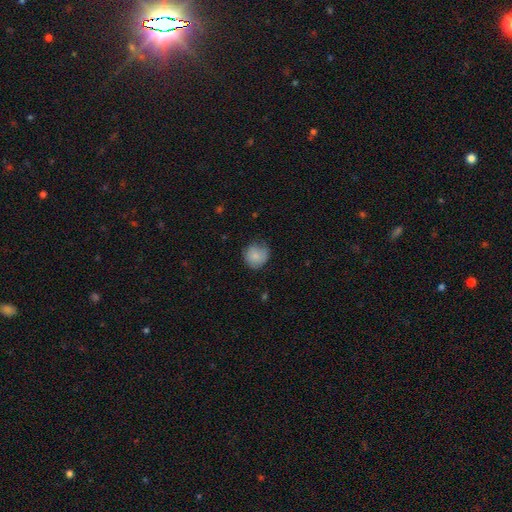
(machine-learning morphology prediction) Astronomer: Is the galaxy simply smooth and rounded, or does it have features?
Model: smooth — 82%.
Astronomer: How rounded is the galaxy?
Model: round — 89%.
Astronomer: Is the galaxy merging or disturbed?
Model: none — 67%.